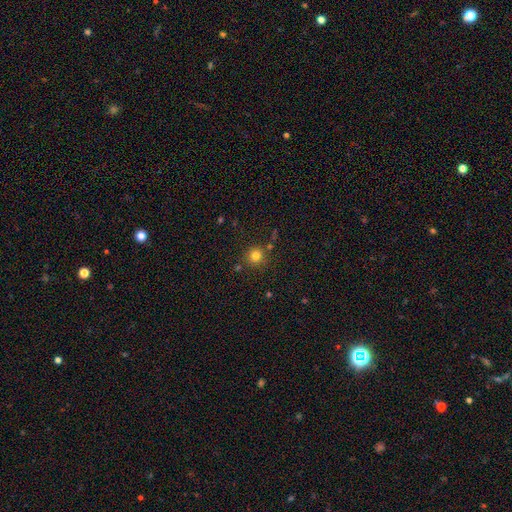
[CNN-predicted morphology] Smooth or featured?
  - smooth: 79% *
  - star or artifact: 14%
  - featured or disk: 6%
How rounded?
  - round: 93% *
  - in between: 6%
  - cigar-shaped: 1%
Merging?
  - none: 82% *
  - minor disturbance: 9%
  - merger: 6%
  - major disturbance: 3%